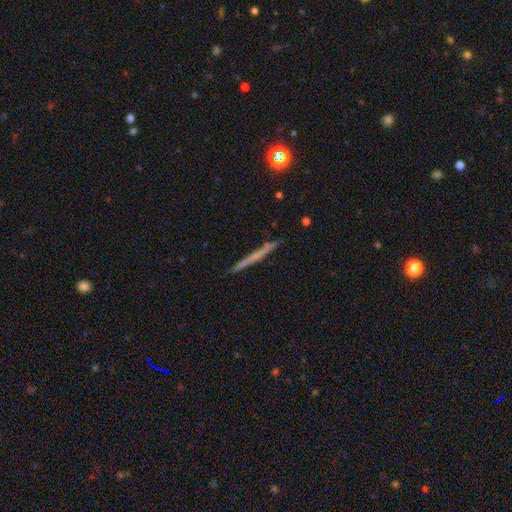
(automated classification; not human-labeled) This appears to be a featured or disk galaxy (49%). Merging: none (91%).